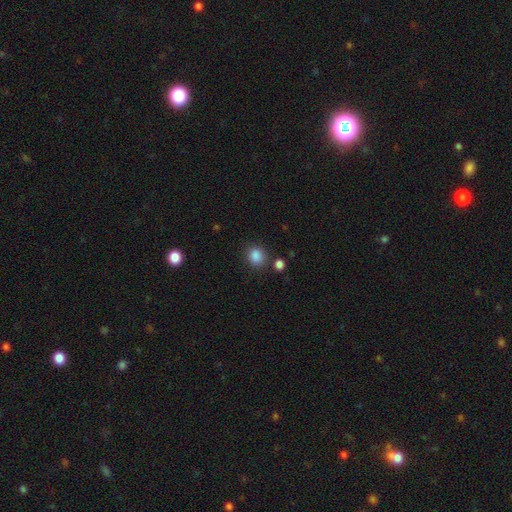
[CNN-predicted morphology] type=smooth (86%); roundness=round (75%); merging=none (80%).